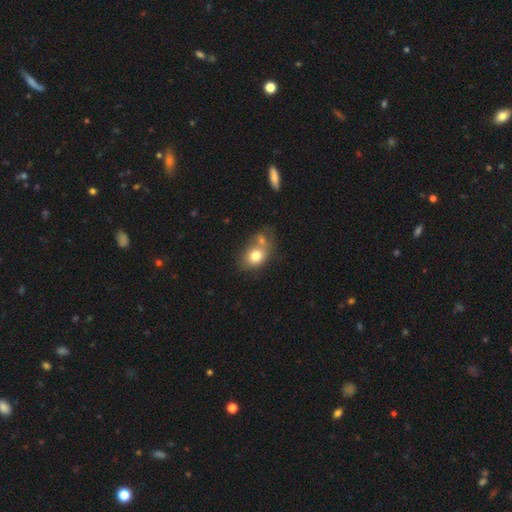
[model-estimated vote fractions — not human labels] This appears to be a smooth galaxy with no disk features (76%) that is in between round and cigar-shaped (56%). Merging: merger (41%).